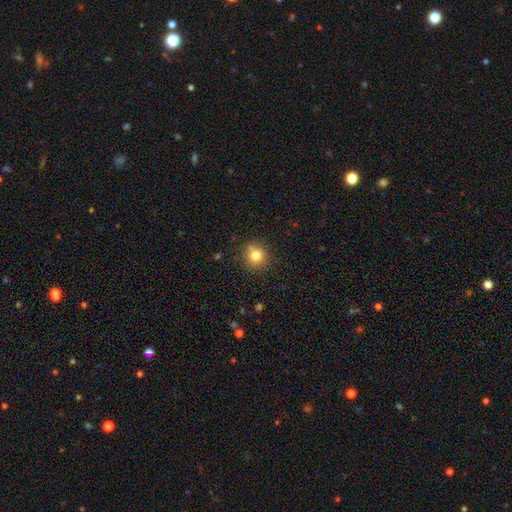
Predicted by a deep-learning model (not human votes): A smooth galaxy with no disk features (78%) that is round (91%). Merging: none (81%).